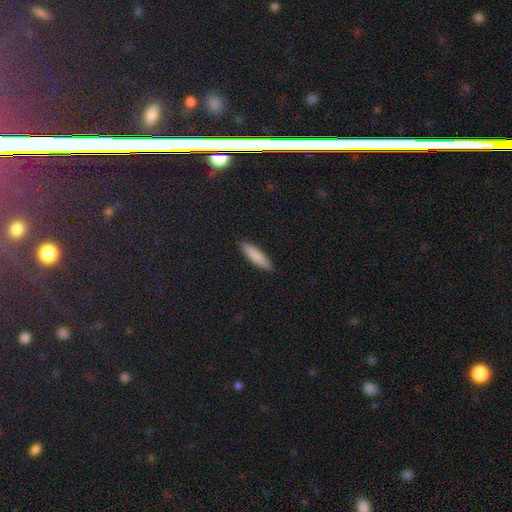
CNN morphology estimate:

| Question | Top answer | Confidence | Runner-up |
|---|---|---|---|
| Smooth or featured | smooth | 85% | featured or disk (9%) |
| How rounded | cigar-shaped | 77% | in between (22%) |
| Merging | none | 90% | minor disturbance (7%) |